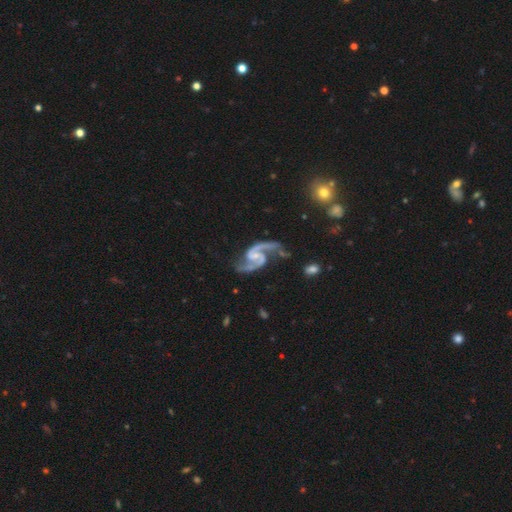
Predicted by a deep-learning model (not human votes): A featured or disk galaxy (94%) with a weak bar (46%), 2 (94%) medium (54%) spiral arms (98%) and a small central bulge (56%).

Vote fractions:
- Smooth or featured? featured or disk: 94% / star or artifact: 4% / smooth: 3%
- Edge-on disk? no: 98% / yes: 2%
- Bar? weak: 46% / no: 39% / strong: 16%
- Spiral arms? yes: 98% / no: 2%
- Spiral winding? medium: 54% / loose: 37% / tight: 9%
- Spiral arm count? 2: 94% / 1: 2% / 3: 1% / can't tell: 1% / 4: 1% / more than 4: 1%
- Bulge size? small: 56% / none: 21% / moderate: 20% / large: 2% / dominant: 1%
- Merging? none: 62% / minor disturbance: 20% / major disturbance: 13% / merger: 5%